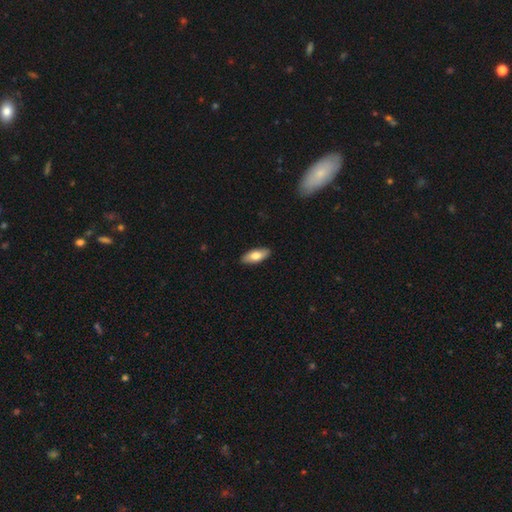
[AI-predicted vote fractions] smooth-or-featured: smooth: 78% | featured or disk: 17% | star or artifact: 5%
  how-rounded: in between: 84% | cigar-shaped: 14% | round: 2%
  merging: none: 90% | minor disturbance: 8% | major disturbance: 1% | merger: 1%